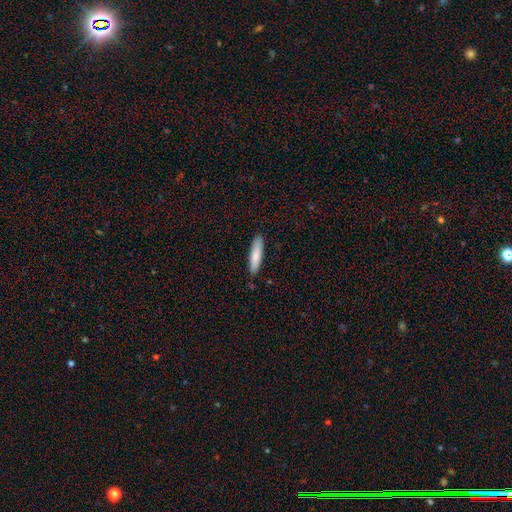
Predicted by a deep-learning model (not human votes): Q: Smooth or featured?
A: smooth (82%); runner-up: featured or disk (13%)
Q: How rounded?
A: cigar-shaped (80%); runner-up: in between (19%)
Q: Merging?
A: none (88%); runner-up: minor disturbance (9%)